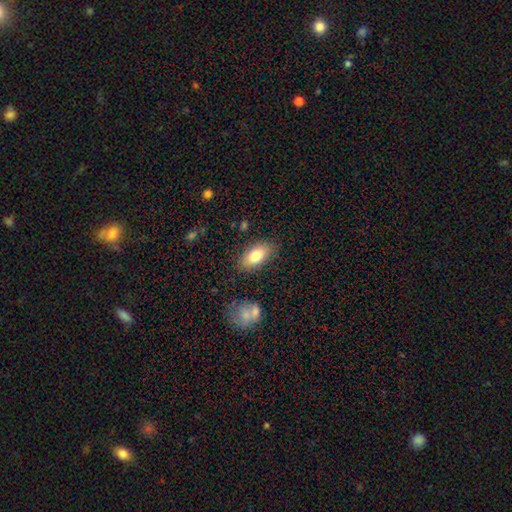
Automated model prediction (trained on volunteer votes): A smooth galaxy with no disk features (81%) that is in between round and cigar-shaped (91%). Merging: none (83%).